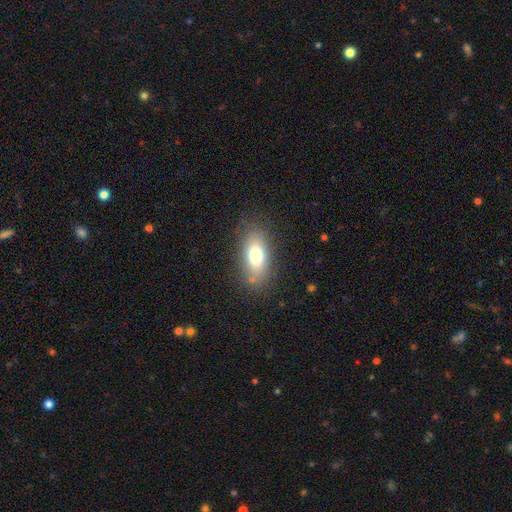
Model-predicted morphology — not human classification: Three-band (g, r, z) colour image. It shows a smooth galaxy with no disk features (74%) that is in between round and cigar-shaped (84%). Merging: none (80%).